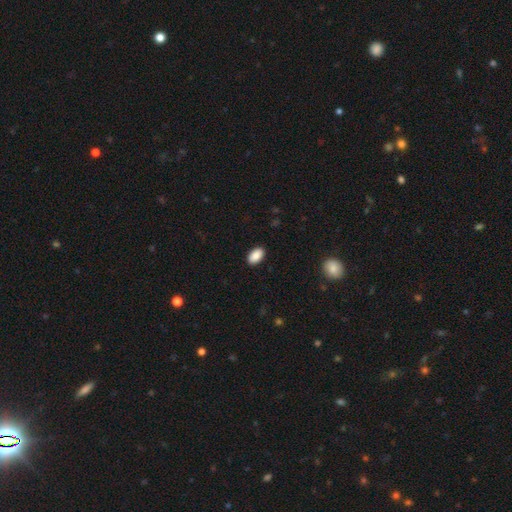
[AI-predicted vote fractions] Smooth or featured: smooth — 90% (star or artifact — 7%)
How rounded: in between — 93% (round — 6%)
Merging: none — 90% (minor disturbance — 7%)